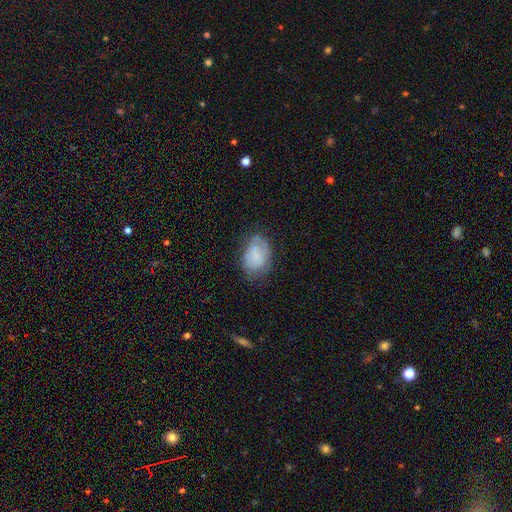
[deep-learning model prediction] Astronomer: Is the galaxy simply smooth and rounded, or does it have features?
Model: smooth — 70%.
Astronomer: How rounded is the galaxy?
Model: in between — 87%.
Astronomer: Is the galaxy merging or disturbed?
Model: none — 58%.